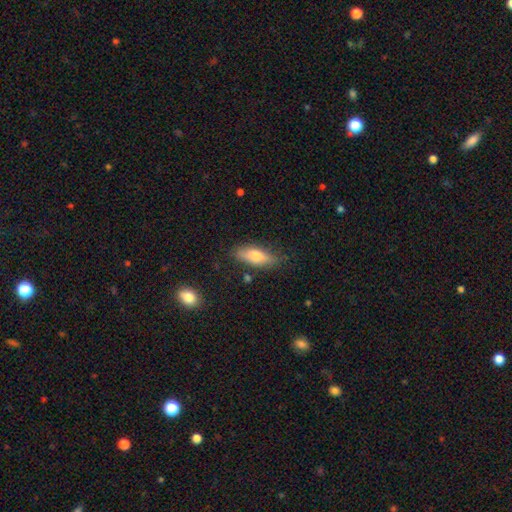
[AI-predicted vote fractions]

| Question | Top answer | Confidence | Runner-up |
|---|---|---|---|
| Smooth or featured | smooth | 69% | featured or disk (24%) |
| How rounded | in between | 63% | cigar-shaped (34%) |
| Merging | none | 78% | minor disturbance (15%) |